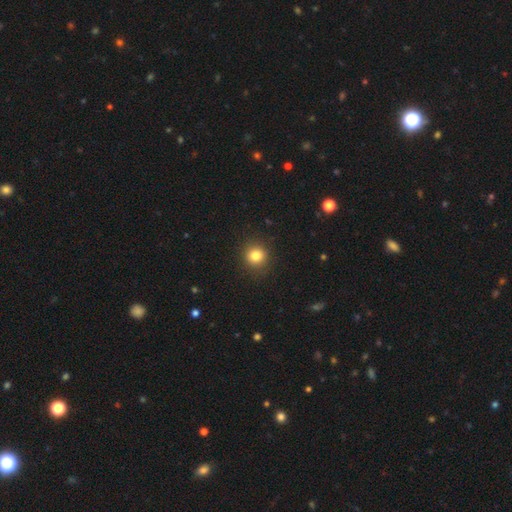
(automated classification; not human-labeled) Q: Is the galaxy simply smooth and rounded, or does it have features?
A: smooth — 82%.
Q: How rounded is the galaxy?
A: round — 90%.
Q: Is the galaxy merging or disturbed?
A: none — 91%.